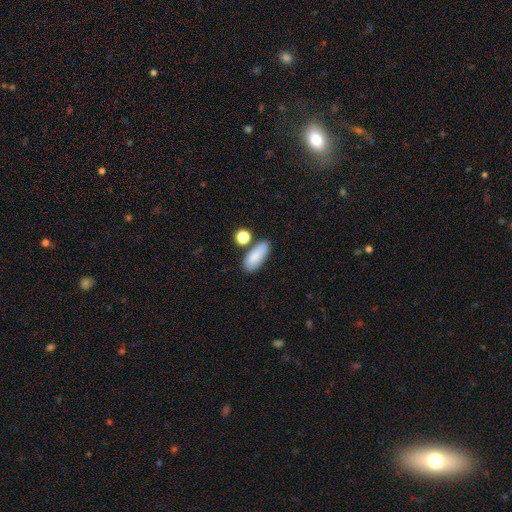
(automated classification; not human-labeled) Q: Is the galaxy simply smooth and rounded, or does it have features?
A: smooth — 84%.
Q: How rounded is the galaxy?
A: in between — 82%.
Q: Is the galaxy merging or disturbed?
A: none — 68%.